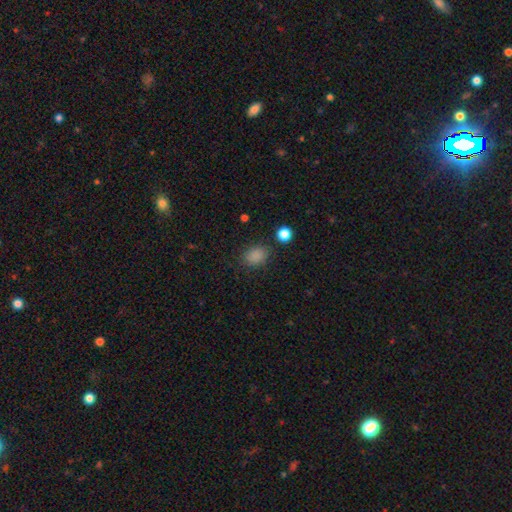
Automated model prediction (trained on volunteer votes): Overall: smooth (84%). How rounded: in between (60%; round 39%). Merging: none (82%).